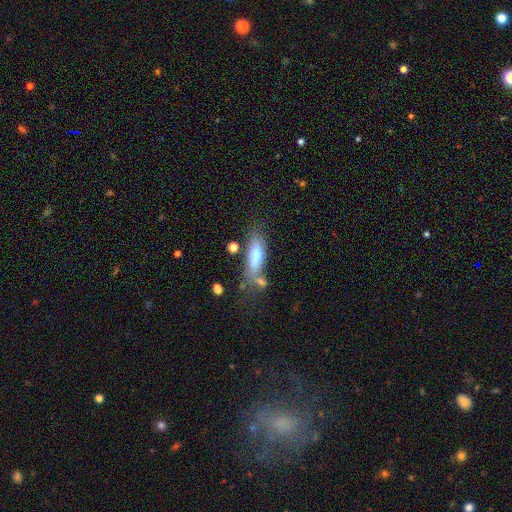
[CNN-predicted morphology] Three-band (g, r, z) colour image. It shows a smooth galaxy with no disk features (71%) that is in between round and cigar-shaped (56%). Merging: none (50%).